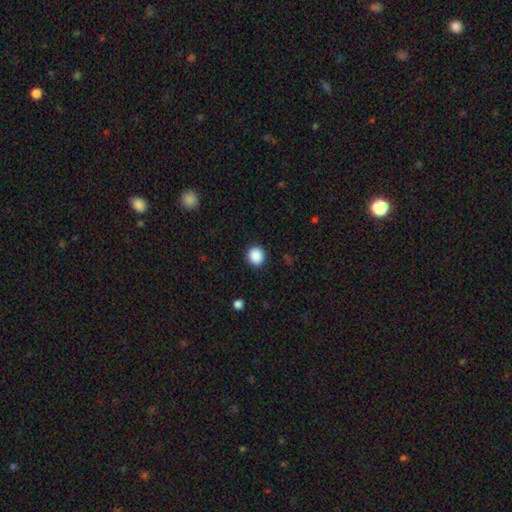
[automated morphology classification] Q: Smooth or featured?
A: smooth (89%); runner-up: star or artifact (9%)
Q: How rounded?
A: round (86%); runner-up: in between (14%)
Q: Merging?
A: none (91%); runner-up: minor disturbance (6%)